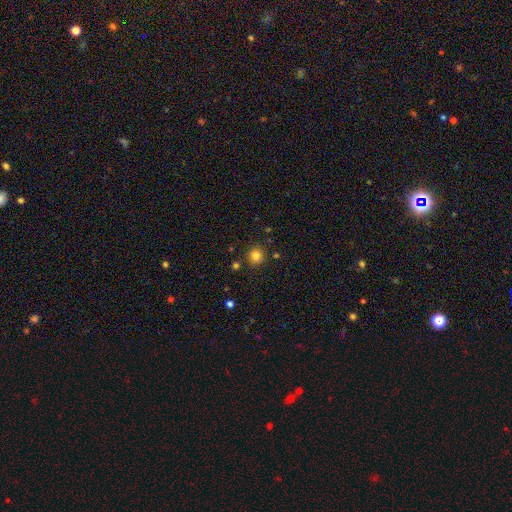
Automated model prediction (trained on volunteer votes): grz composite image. It shows a smooth galaxy with no disk features (81%) that is round (92%). Merging: none (86%).